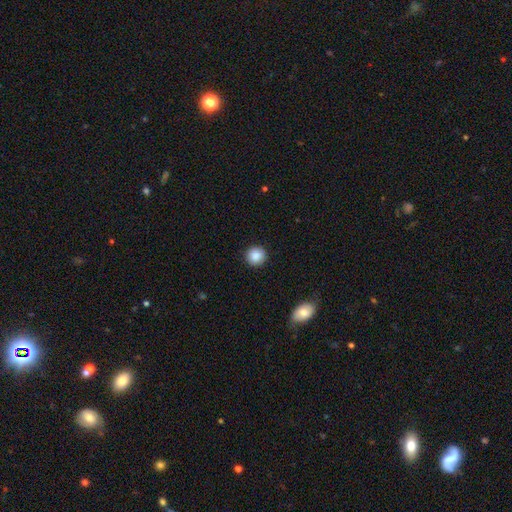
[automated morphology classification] Q: Smooth or featured?
A: smooth (88%); runner-up: star or artifact (8%)
Q: How rounded?
A: round (93%); runner-up: in between (6%)
Q: Merging?
A: none (91%); runner-up: minor disturbance (6%)